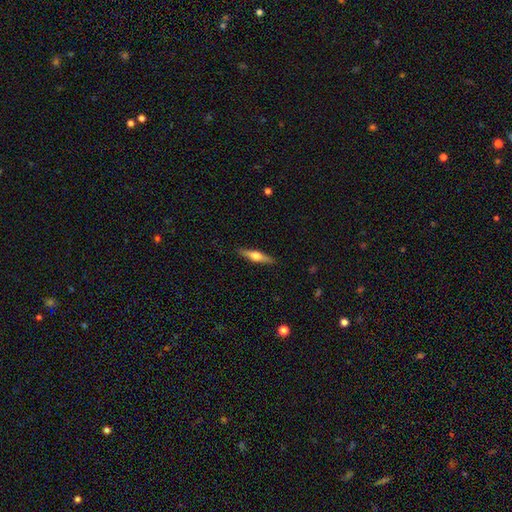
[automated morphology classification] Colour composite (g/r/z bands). It shows a featured or disk galaxy (58%) viewed edge-on (96%) with a rounded central bulge (94%). Merging: none (90%).